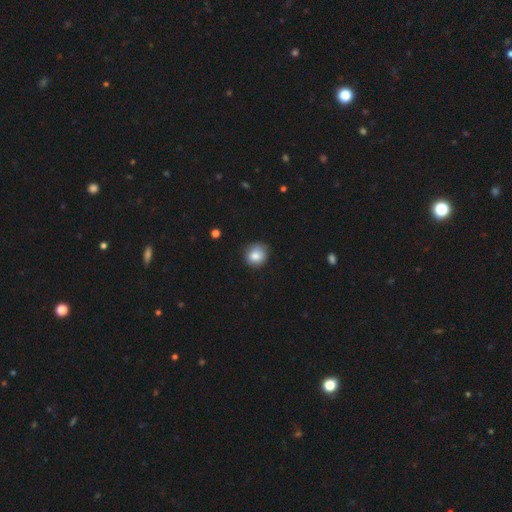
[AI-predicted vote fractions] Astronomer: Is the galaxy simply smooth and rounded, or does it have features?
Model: smooth — 83%.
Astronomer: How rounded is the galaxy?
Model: round — 84%.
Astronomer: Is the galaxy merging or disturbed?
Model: none — 78%.